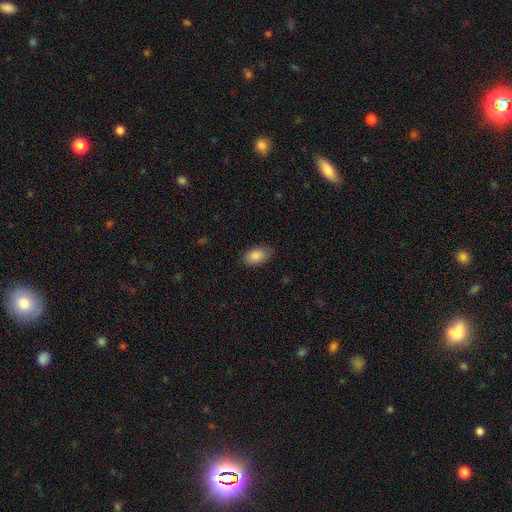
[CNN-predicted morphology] Smooth or featured: smooth — 88% (star or artifact — 7%)
How rounded: in between — 93% (round — 5%)
Merging: none — 85% (minor disturbance — 12%)